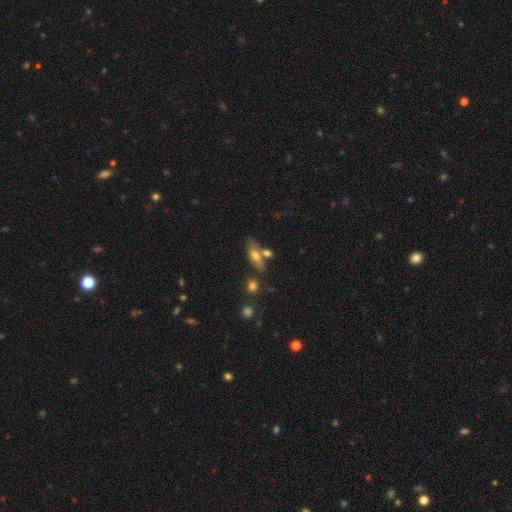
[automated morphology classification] A smooth galaxy with no disk features (62%) that is in between round and cigar-shaped (64%).

Vote fractions:
- Smooth or featured? smooth: 62% / featured or disk: 29% / star or artifact: 9%
- How rounded? in between: 64% / cigar-shaped: 31% / round: 5%
- Merging? none: 57% / merger: 22% / minor disturbance: 15% / major disturbance: 6%